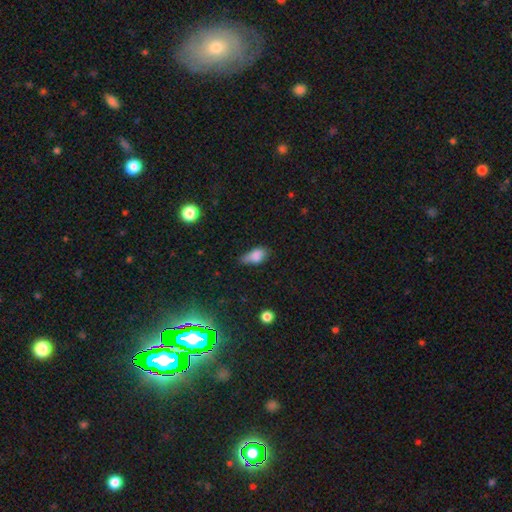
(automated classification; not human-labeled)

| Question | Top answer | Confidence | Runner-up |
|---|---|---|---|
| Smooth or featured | smooth | 78% | featured or disk (11%) |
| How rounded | in between | 85% | round (7%) |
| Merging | minor disturbance | 45% | none (33%) |